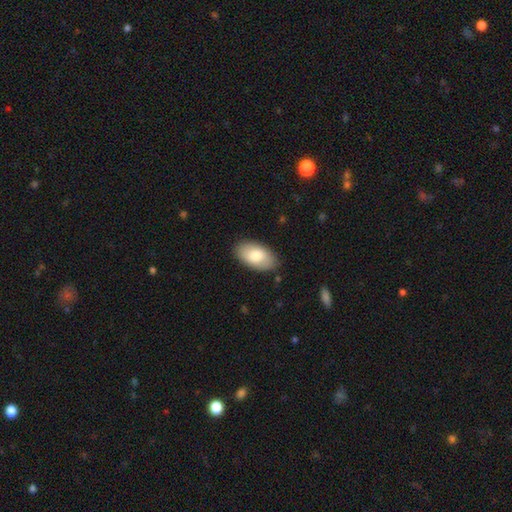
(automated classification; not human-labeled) smooth_or_featured: smooth (p=0.79) [alt: featured or disk p=0.16]
how_rounded: in between (p=0.95) [alt: round p=0.04]
merging: none (p=0.86) [alt: minor disturbance p=0.11]